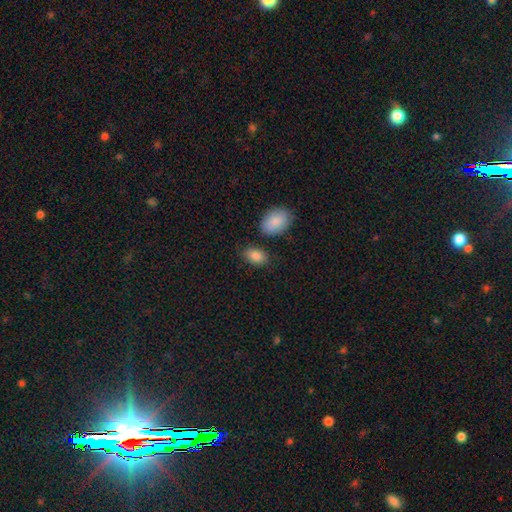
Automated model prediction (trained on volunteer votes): Morphology: type=smooth (88%); roundness=in between (88%); merging=none (76%).